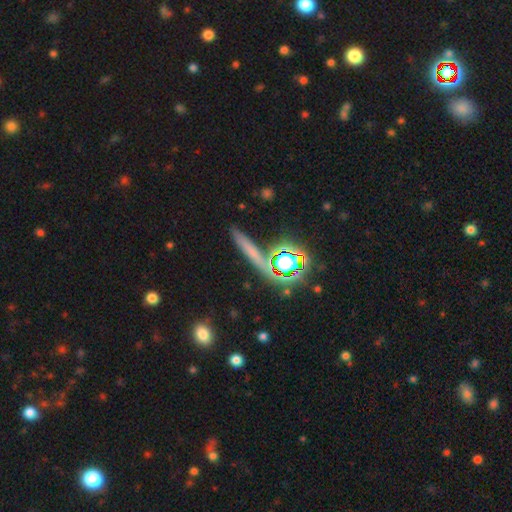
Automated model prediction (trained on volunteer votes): Smooth or featured? smooth (47%)
Merging? none (78%)